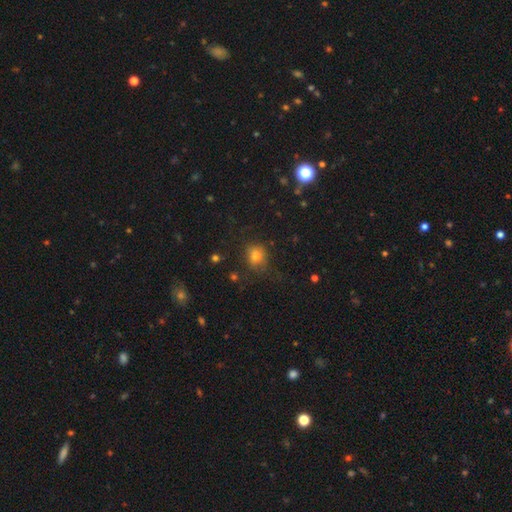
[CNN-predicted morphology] The model was most divided on "how rounded": round: 68%, in between: 31%, cigar-shaped: 1%. More confident: smooth or featured — smooth (76%); merging — none (70%).